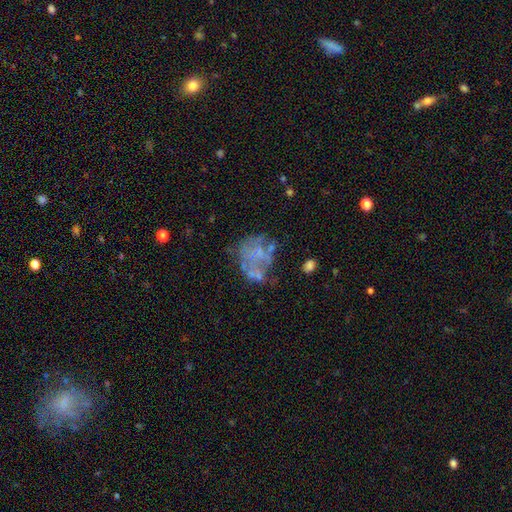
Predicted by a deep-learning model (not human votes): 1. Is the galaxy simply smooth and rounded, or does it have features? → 61% featured or disk, 25% smooth, 14% star or artifact.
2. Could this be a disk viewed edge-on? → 98% no, 2% yes.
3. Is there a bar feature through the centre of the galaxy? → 91% no, 7% weak, 2% strong.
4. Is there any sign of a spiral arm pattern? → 87% no, 13% yes.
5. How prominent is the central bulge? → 71% none, 16% small, 10% moderate, 2% large, 1% dominant.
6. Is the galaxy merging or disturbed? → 44% none, 24% major disturbance, 21% minor disturbance, 11% merger.